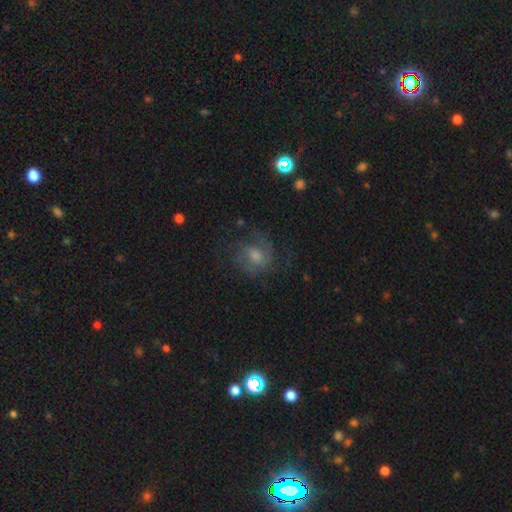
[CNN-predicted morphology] featured or disk 52%, smooth 30%, star or artifact 18%. Down the decision tree: edge-on disk — no (97%); bar — no (54%); spiral arms — yes (83%); bulge size — moderate (49%); merging — none (65%).